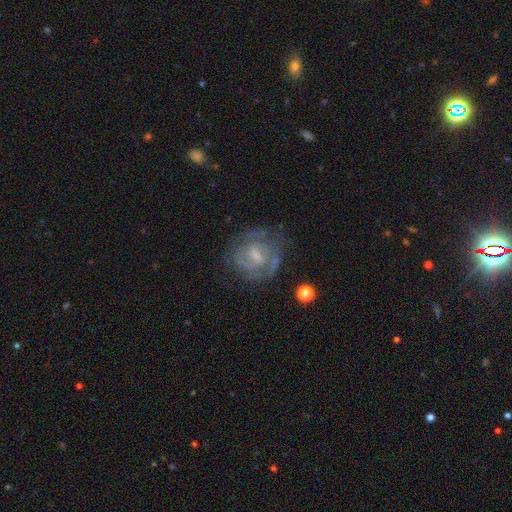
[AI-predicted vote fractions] A featured or disk galaxy (75%) with a weak bar (57%), 2 (42%) tight (49%) spiral arms (81%) and a small central bulge (41%).

Vote fractions:
- Smooth or featured? featured or disk: 75% / smooth: 17% / star or artifact: 8%
- Edge-on disk? no: 97% / yes: 3%
- Bar? weak: 57% / no: 22% / strong: 20%
- Spiral arms? yes: 81% / no: 19%
- Spiral winding? tight: 49% / medium: 39% / loose: 12%
- Spiral arm count? 2: 42% / can't tell: 35% / 3: 12% / 1: 6% / 4: 3% / more than 4: 2%
- Bulge size? small: 41% / moderate: 33% / none: 22% / large: 3% / dominant: 1%
- Merging? none: 62% / minor disturbance: 21% / major disturbance: 15% / merger: 3%